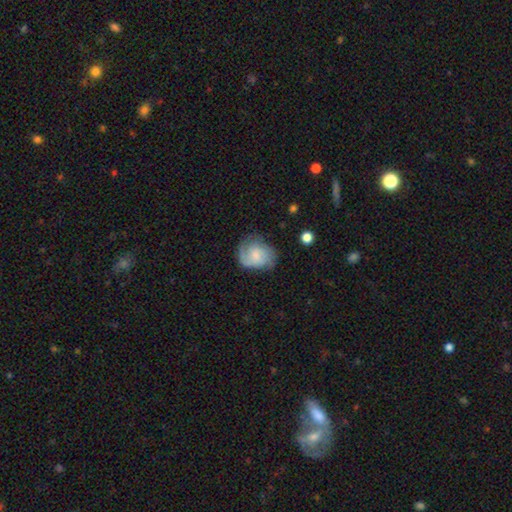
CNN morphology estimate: A featured or disk galaxy (60%) with no bar (61%), 2 (43%) medium (41%) spiral arms (90%) and a small central bulge (41%).

Vote fractions:
- Smooth or featured? featured or disk: 60% / smooth: 33% / star or artifact: 7%
- Edge-on disk? no: 97% / yes: 3%
- Bar? no: 61% / weak: 34% / strong: 5%
- Spiral arms? yes: 90% / no: 10%
- Spiral winding? medium: 41% / tight: 39% / loose: 20%
- Spiral arm count? 2: 43% / 1: 25% / can't tell: 19% / 3: 8% / 4: 2% / more than 4: 2%
- Bulge size? small: 41% / moderate: 31% / none: 18% / large: 8% / dominant: 2%
- Merging? none: 59% / minor disturbance: 25% / major disturbance: 15% / merger: 2%